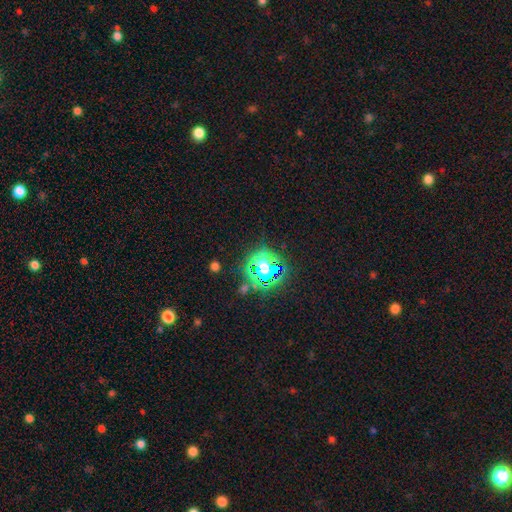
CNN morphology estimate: Smooth or featured?
  - star or artifact: 77% *
  - smooth: 15%
  - featured or disk: 8%